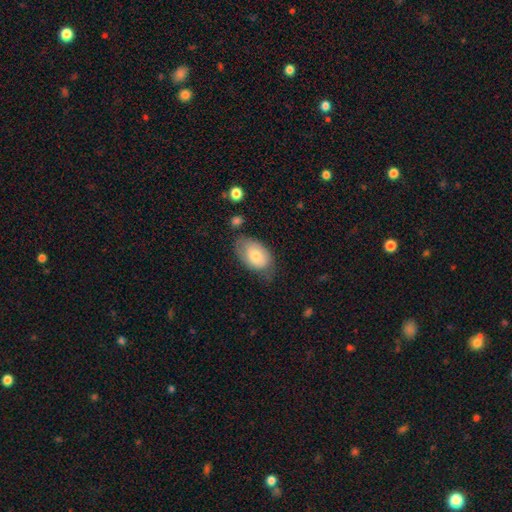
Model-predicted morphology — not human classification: This appears to be a smooth galaxy with no disk features (69%) that is in between round and cigar-shaped (90%). Merging: none (55%).